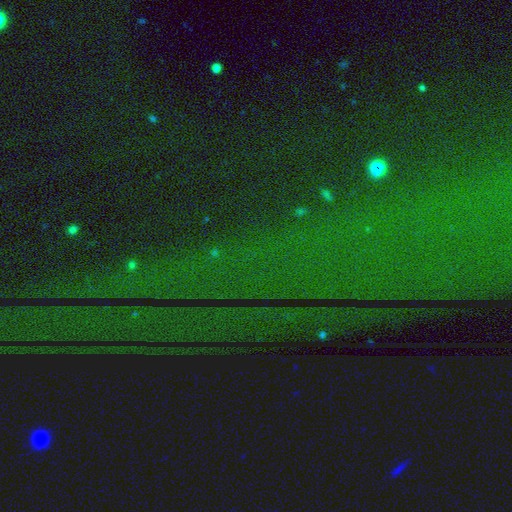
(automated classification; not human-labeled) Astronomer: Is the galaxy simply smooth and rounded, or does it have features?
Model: star or artifact — 83%.